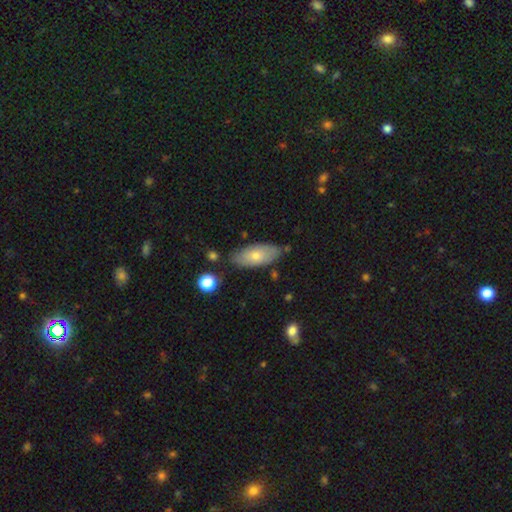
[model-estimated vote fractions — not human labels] A smooth galaxy with no disk features (68%) that is in between round and cigar-shaped (86%).

Vote fractions:
- Smooth or featured? smooth: 68% / featured or disk: 25% / star or artifact: 6%
- How rounded? in between: 86% / cigar-shaped: 11% / round: 3%
- Merging? none: 74% / minor disturbance: 18% / merger: 4% / major disturbance: 4%